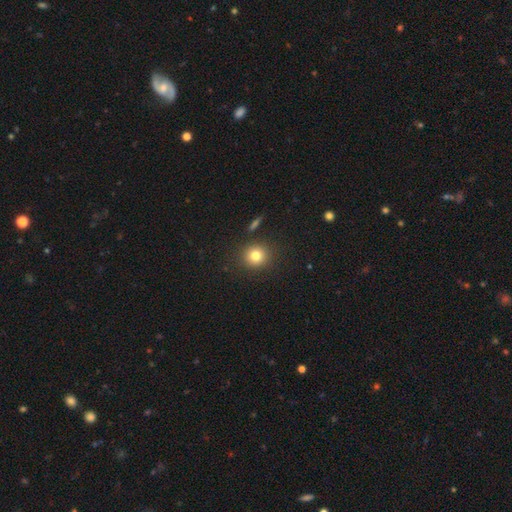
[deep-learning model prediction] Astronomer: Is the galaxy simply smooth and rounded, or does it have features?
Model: smooth — 80%.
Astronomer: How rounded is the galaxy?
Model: round — 87%.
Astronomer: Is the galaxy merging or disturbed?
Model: none — 87%.